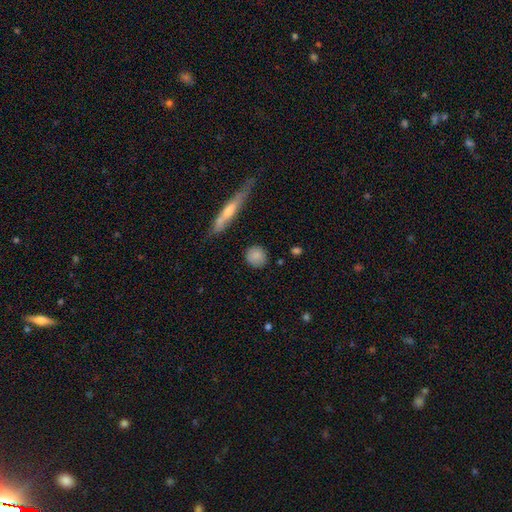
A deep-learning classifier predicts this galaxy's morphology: A smooth galaxy with no disk features (83%) that is round (84%). Merging: none (84%).